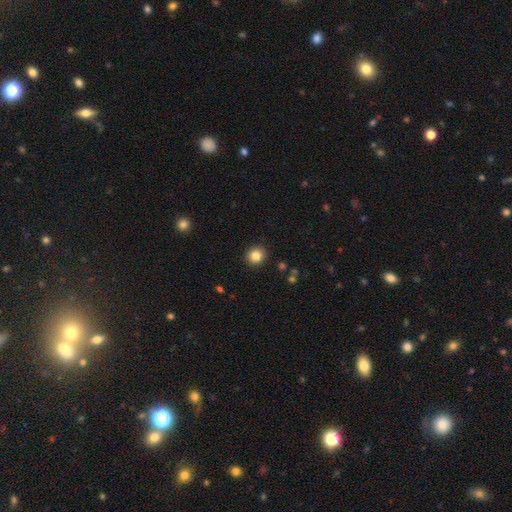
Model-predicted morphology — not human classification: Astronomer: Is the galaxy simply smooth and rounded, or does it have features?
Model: smooth — 84%.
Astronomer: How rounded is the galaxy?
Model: round — 91%.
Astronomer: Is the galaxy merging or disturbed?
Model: none — 92%.